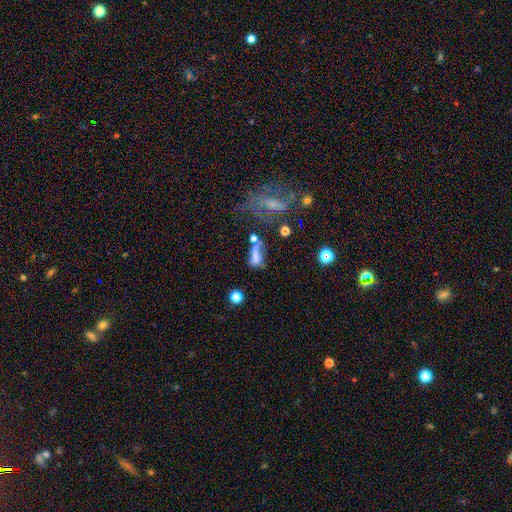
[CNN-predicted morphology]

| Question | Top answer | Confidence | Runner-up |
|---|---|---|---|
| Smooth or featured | smooth | 53% | featured or disk (29%) |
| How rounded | in between | 59% | cigar-shaped (28%) |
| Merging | major disturbance | 30% | none (28%) |